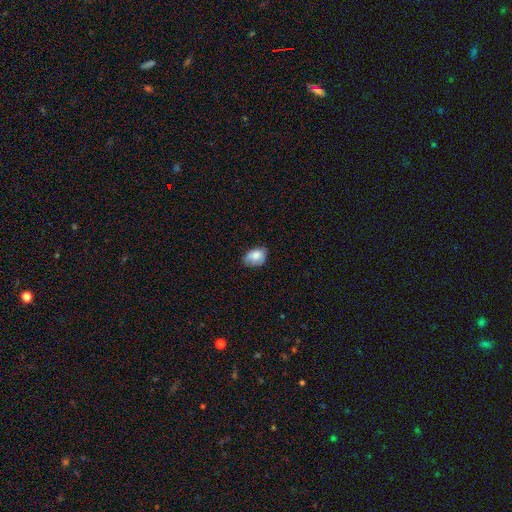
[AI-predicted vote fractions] Smooth or featured? smooth (79%)
How rounded? in between (78%)
Merging? none (59%)